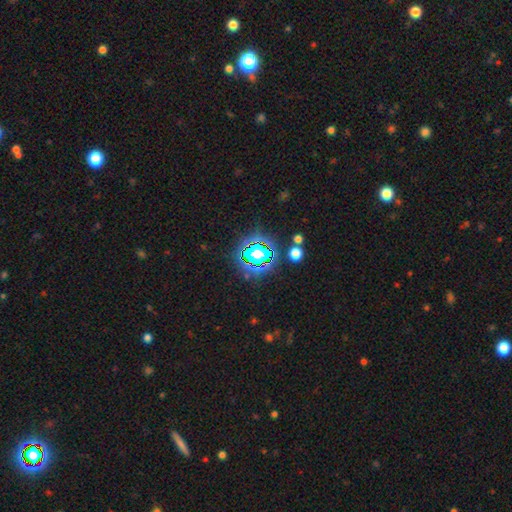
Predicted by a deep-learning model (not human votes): This appears to be a star or artifact, not a galaxy (61%).